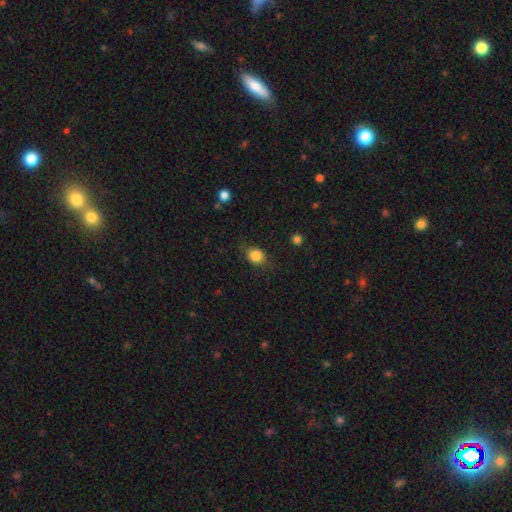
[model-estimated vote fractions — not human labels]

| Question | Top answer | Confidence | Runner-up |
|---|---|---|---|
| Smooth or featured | smooth | 80% | featured or disk (10%) |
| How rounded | round | 58% | in between (40%) |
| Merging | none | 72% | minor disturbance (20%) |